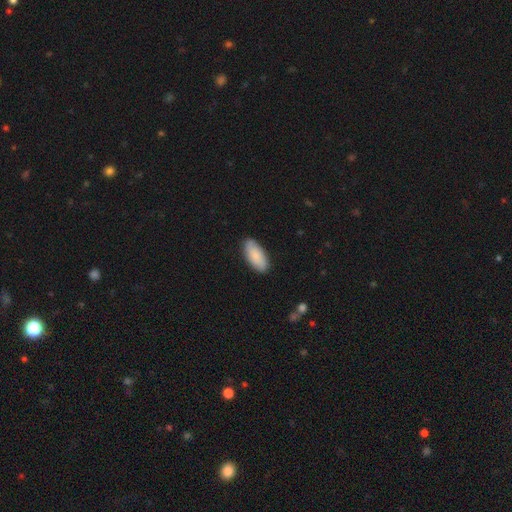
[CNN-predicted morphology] Smooth or featured?
  - smooth: 85% *
  - featured or disk: 10%
  - star or artifact: 5%
How rounded?
  - in between: 89% *
  - cigar-shaped: 9%
  - round: 2%
Merging?
  - none: 84% *
  - minor disturbance: 12%
  - major disturbance: 2%
  - merger: 1%